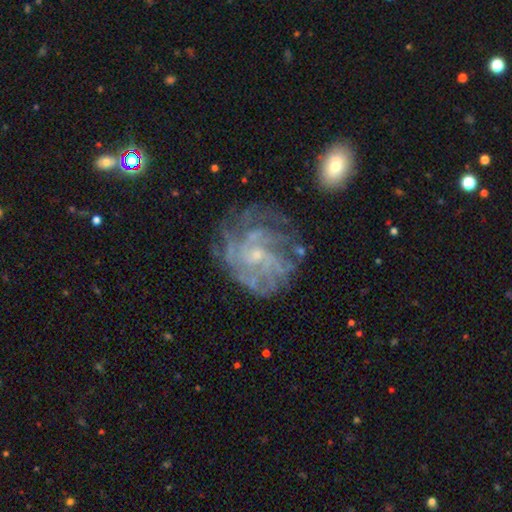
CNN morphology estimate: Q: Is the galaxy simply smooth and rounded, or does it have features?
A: featured or disk — 81%.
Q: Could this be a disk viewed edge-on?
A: no — 98%.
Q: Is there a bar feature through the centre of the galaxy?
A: no — 67%.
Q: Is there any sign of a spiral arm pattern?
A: yes — 86%.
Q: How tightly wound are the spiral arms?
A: tight — 57%.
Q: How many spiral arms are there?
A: can't tell — 42%.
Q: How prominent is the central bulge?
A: small — 73%.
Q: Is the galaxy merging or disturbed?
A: none — 62%.